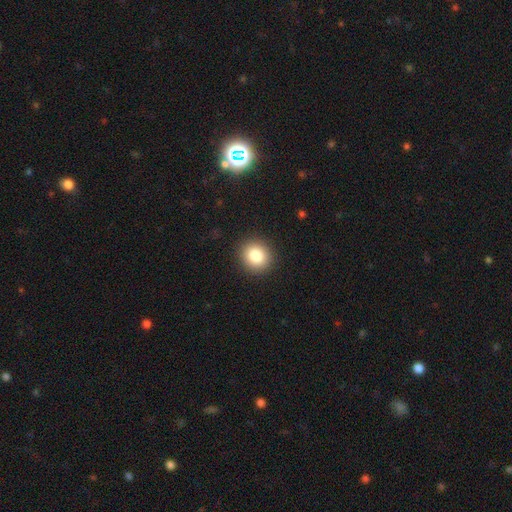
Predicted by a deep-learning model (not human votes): smooth-or-featured: smooth: 84% | star or artifact: 10% | featured or disk: 6%
  how-rounded: round: 85% | in between: 14% | cigar-shaped: 1%
  merging: none: 92% | minor disturbance: 6% | major disturbance: 2% | merger: 1%